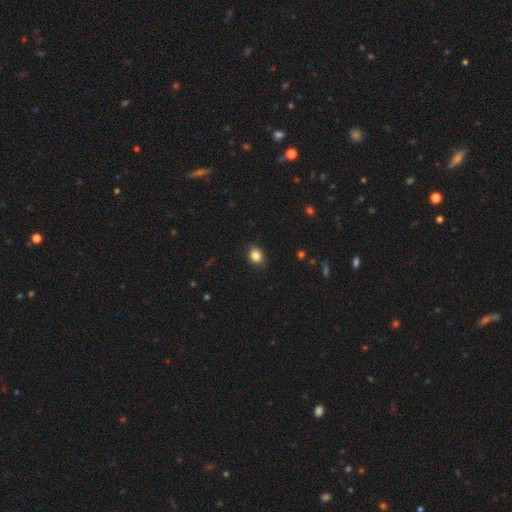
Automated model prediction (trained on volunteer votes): Q: Smooth or featured?
A: smooth (85%); runner-up: star or artifact (9%)
Q: How rounded?
A: in between (64%); runner-up: round (35%)
Q: Merging?
A: none (83%); runner-up: minor disturbance (14%)